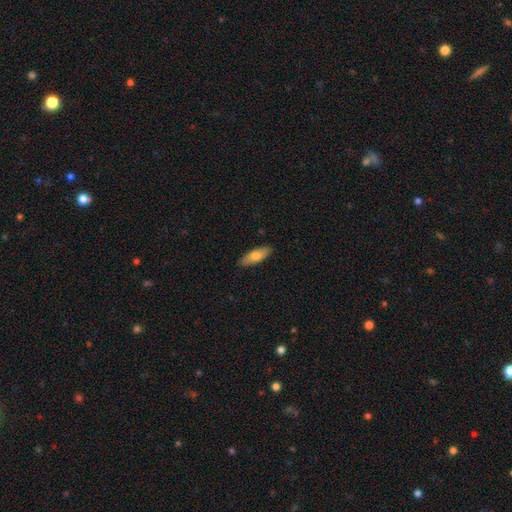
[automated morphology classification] A smooth galaxy with no disk features (77%) that is in between round and cigar-shaped (64%).

Vote fractions:
- Smooth or featured? smooth: 77% / featured or disk: 18% / star or artifact: 6%
- How rounded? in between: 64% / cigar-shaped: 34% / round: 2%
- Merging? none: 88% / minor disturbance: 9% / major disturbance: 2% / merger: 1%